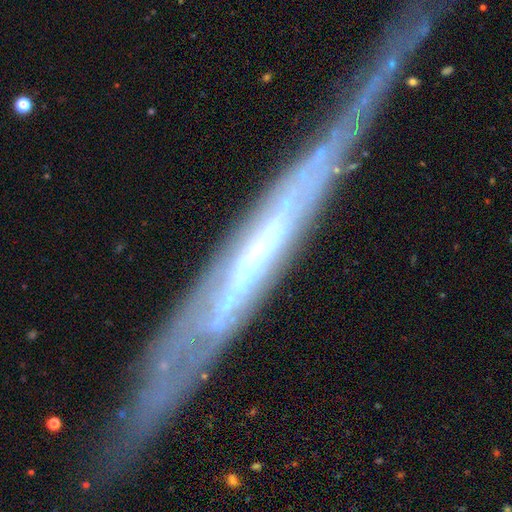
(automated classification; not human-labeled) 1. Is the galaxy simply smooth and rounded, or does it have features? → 76% featured or disk, 15% smooth, 9% star or artifact.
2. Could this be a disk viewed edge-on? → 76% yes, 24% no.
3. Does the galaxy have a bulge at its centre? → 76% none, 15% rounded, 9% boxy.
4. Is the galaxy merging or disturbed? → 67% none, 20% minor disturbance, 10% major disturbance, 3% merger.